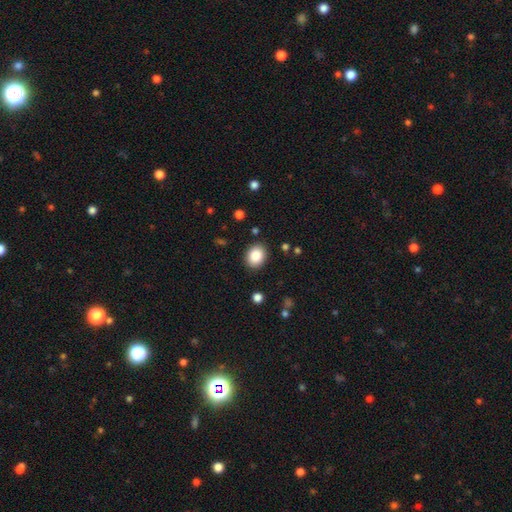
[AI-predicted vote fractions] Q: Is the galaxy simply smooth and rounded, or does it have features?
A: smooth — 87%.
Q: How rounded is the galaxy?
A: round — 50%.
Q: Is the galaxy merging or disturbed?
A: none — 88%.